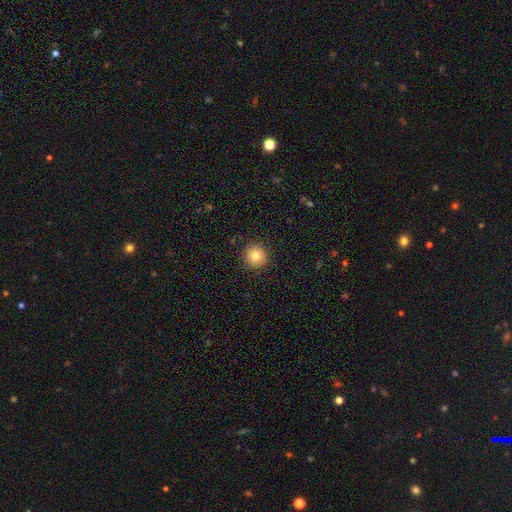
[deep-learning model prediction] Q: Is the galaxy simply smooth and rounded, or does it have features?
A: smooth — 82%.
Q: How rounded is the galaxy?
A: round — 95%.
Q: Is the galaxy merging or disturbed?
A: none — 91%.